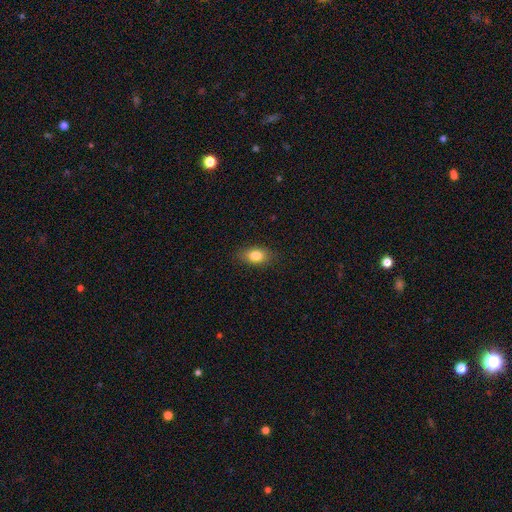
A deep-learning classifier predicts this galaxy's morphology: This appears to be a smooth galaxy with no disk features (83%) that is in between round and cigar-shaped (84%). Merging: none (85%).